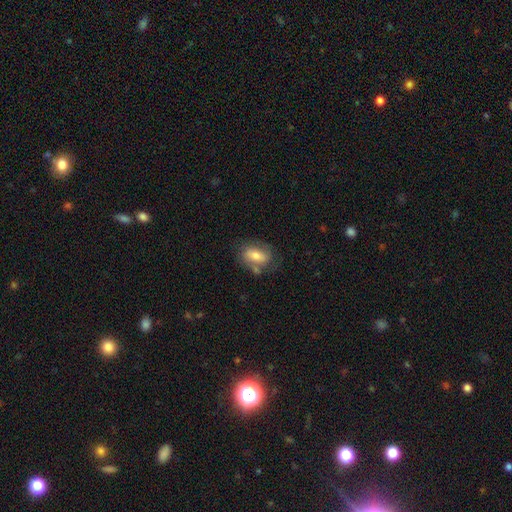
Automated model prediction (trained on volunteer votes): Overall: smooth (63%; featured or disk 30%). How rounded: in between (81%). Merging: none (60%; minor disturbance 21%).